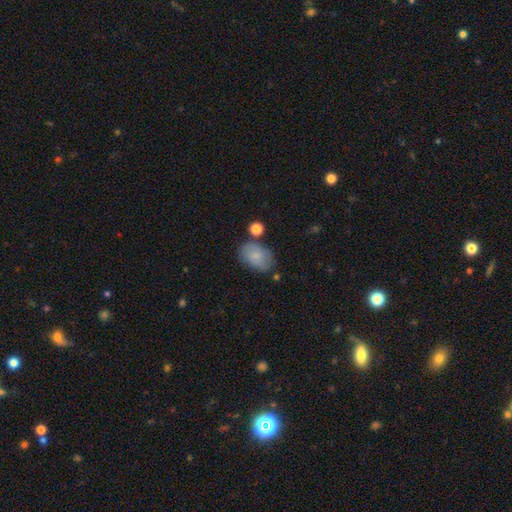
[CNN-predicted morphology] Smooth or featured? Predicted: smooth (p=0.76). How rounded? Predicted: in between (p=0.85). Merging? Predicted: none (p=0.68).